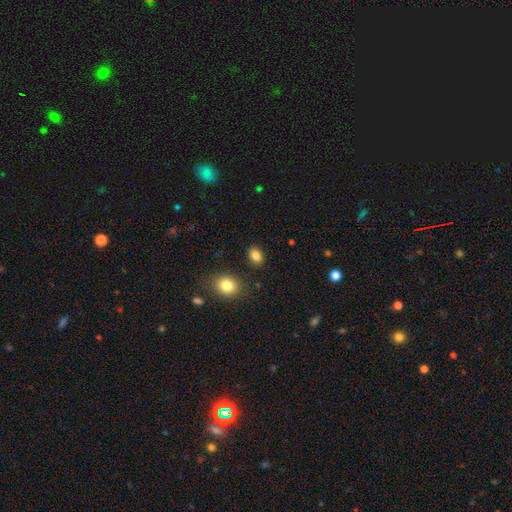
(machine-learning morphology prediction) This appears to be a smooth galaxy with no disk features (84%) that is in between round and cigar-shaped (71%). Merging: none (86%).